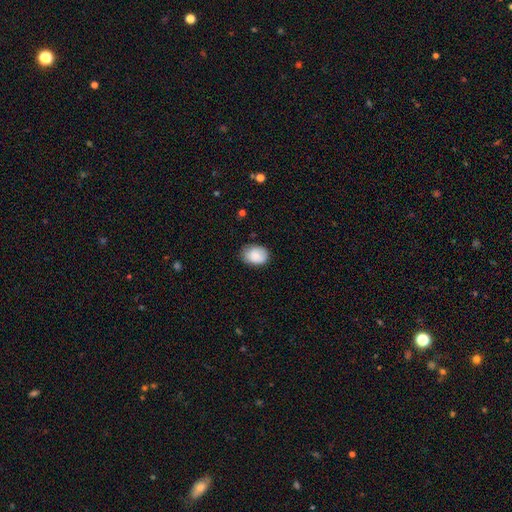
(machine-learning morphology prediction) Q: Smooth or featured?
A: smooth (86%); runner-up: star or artifact (7%)
Q: How rounded?
A: in between (68%); runner-up: round (31%)
Q: Merging?
A: none (73%); runner-up: minor disturbance (22%)